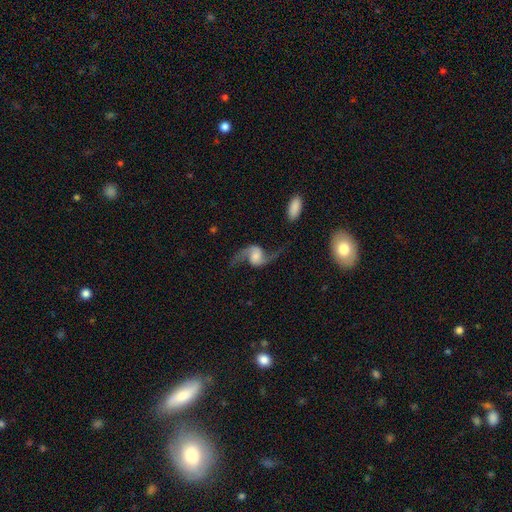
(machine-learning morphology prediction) Smooth or featured? Predicted: featured or disk (p=0.89). Edge-on disk? Predicted: no (p=0.97). Bar? Predicted: no (p=0.51). Spiral arms? Predicted: yes (p=0.97). Spiral winding? Predicted: loose (p=0.84). Spiral arm count? Predicted: 2 (p=0.94). Bulge size? Predicted: moderate (p=0.27). Merging? Predicted: none (p=0.73).